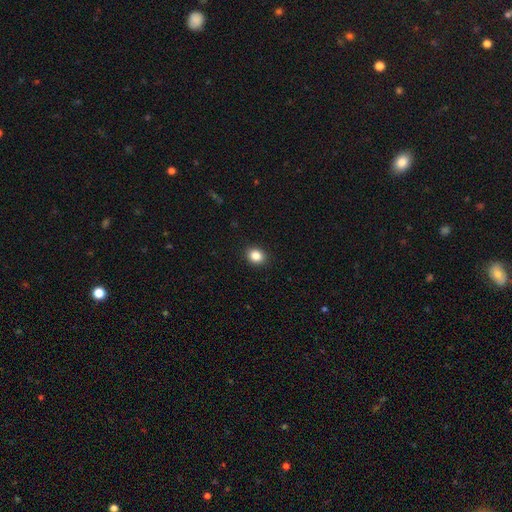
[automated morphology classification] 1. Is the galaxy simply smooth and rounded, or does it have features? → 85% smooth, 10% star or artifact, 5% featured or disk.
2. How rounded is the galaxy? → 62% round, 37% in between, 1% cigar-shaped.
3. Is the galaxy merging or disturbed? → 91% none, 6% minor disturbance, 2% major disturbance, 1% merger.